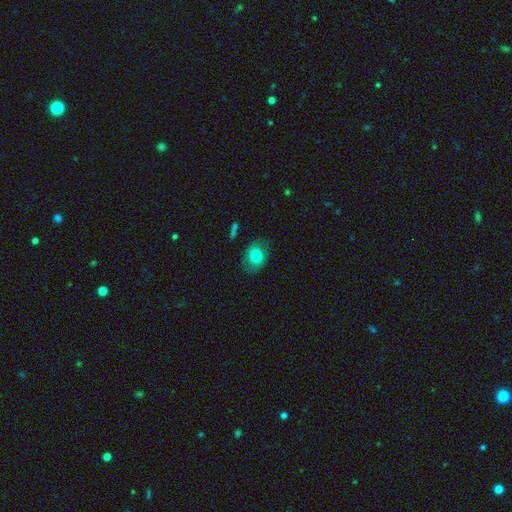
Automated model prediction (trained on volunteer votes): Overall: smooth (79%). How rounded: in between (53%; round 46%). Merging: none (71%).